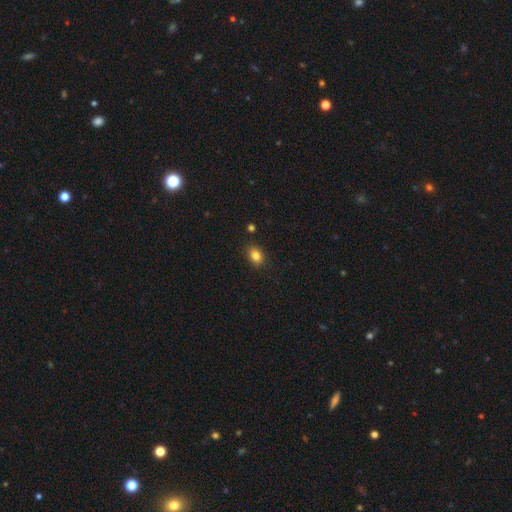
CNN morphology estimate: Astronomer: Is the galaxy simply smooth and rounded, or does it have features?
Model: smooth — 83%.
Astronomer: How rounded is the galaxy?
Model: in between — 67%.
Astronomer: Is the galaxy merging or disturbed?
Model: none — 86%.